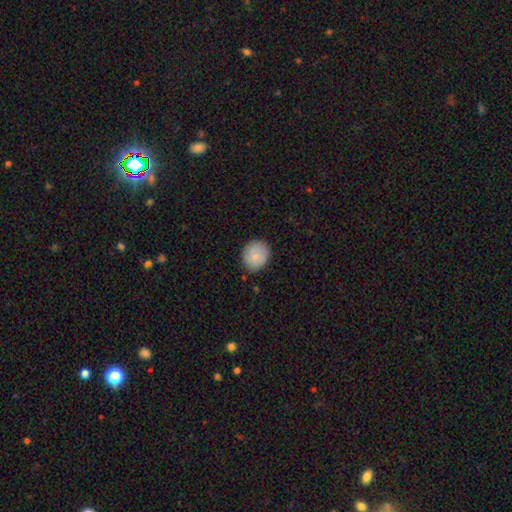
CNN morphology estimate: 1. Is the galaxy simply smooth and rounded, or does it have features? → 81% smooth, 12% featured or disk, 7% star or artifact.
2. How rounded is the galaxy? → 80% round, 19% in between, 1% cigar-shaped.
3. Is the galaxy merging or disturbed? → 84% none, 12% minor disturbance, 2% major disturbance, 1% merger.